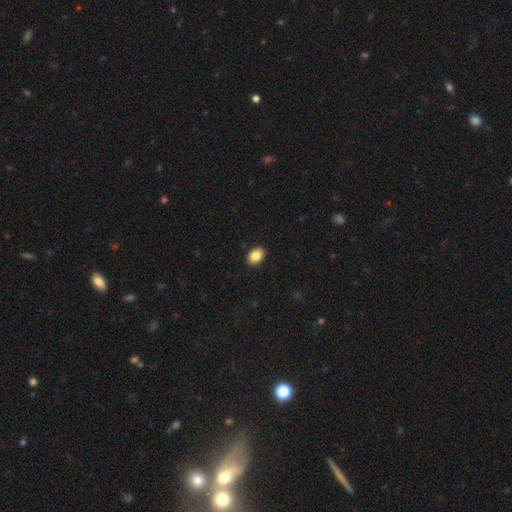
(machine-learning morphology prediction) Smooth or featured? smooth (87%)
How rounded? in between (80%)
Merging? none (90%)